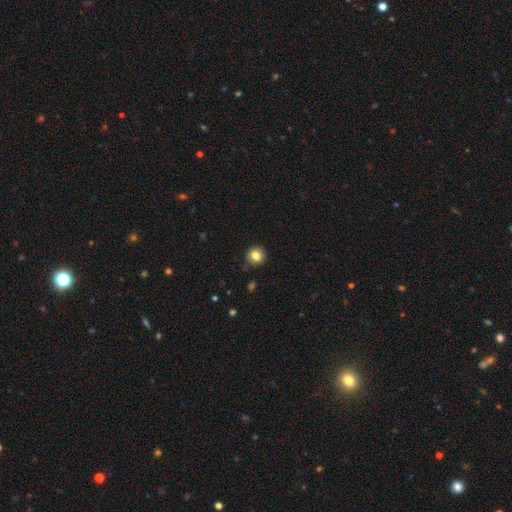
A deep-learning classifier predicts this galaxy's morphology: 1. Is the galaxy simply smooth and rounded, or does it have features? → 82% smooth, 10% star or artifact, 7% featured or disk.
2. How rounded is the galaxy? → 91% round, 8% in between, 1% cigar-shaped.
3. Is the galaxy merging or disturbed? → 85% none, 11% minor disturbance, 2% major disturbance, 1% merger.